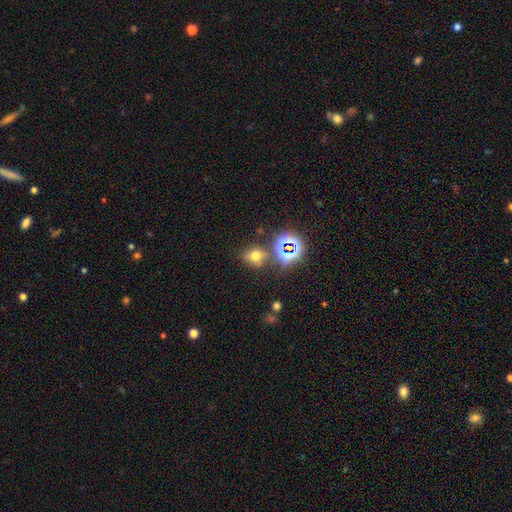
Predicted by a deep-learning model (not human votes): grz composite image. It shows a smooth galaxy with no disk features (60%) that is round (60%). Merging: none (73%).